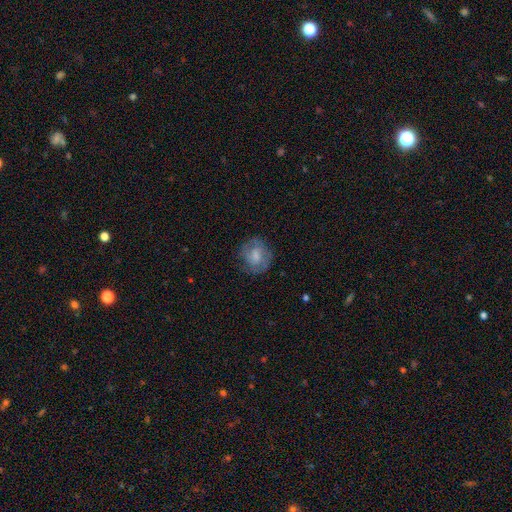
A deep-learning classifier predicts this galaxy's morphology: This is possibly a smooth galaxy (58%). How rounded: likely round (76%). Merging: likely none (69%).